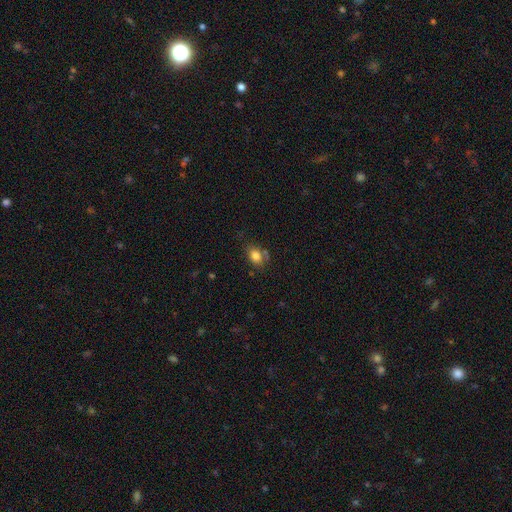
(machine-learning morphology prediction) smooth 81%, star or artifact 10%, featured or disk 9%. Down the decision tree: how rounded — in between (72%); merging — none (65%).